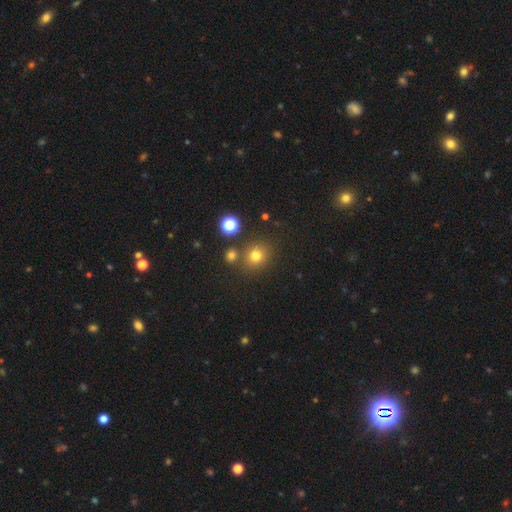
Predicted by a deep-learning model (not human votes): Smooth or featured: smooth — 73% (star or artifact — 19%)
How rounded: round — 83% (in between — 16%)
Merging: none — 76% (merger — 11%)